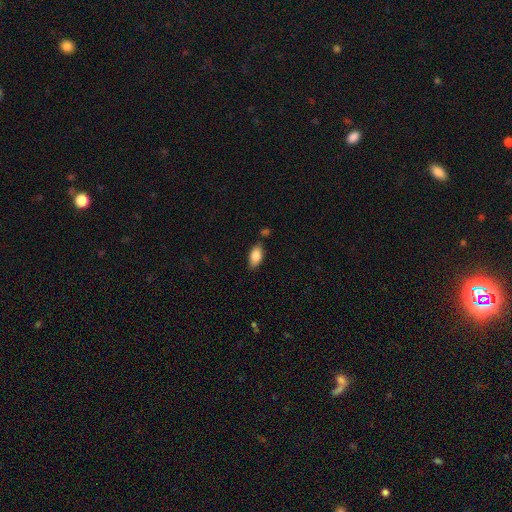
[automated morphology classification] The model was most divided on "merging": none: 79%, minor disturbance: 13%, merger: 5%, major disturbance: 3%. More confident: how rounded — in between (91%); smooth or featured — smooth (84%).